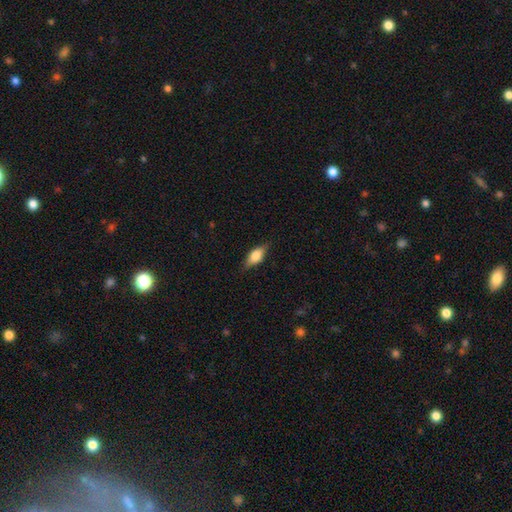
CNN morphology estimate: type=smooth (65%); roundness=in between (77%); merging=none (82%).